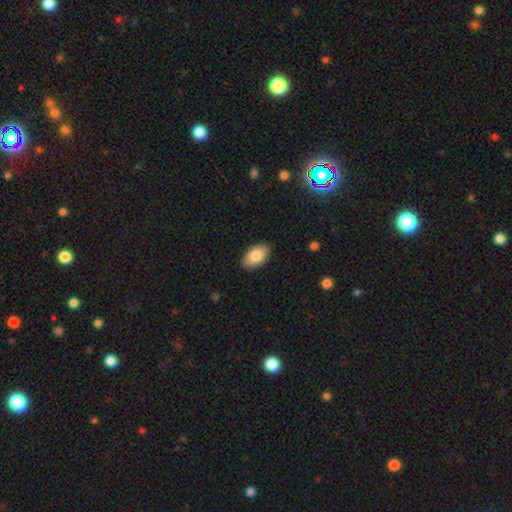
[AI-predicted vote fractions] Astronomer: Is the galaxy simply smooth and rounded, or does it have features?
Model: smooth — 83%.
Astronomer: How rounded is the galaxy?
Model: in between — 94%.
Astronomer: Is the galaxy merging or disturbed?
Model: none — 87%.